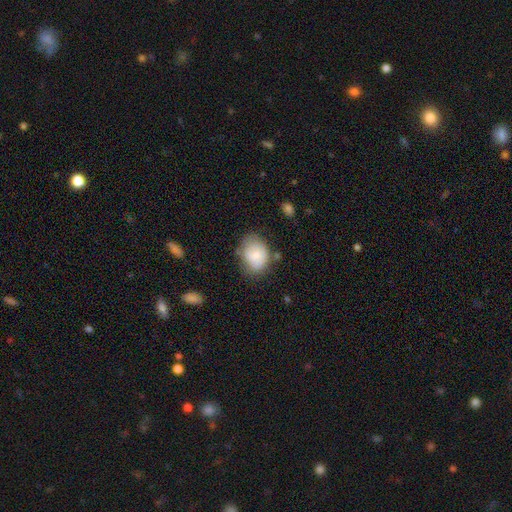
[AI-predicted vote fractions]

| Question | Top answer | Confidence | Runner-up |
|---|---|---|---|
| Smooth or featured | smooth | 77% | featured or disk (15%) |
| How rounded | in between | 68% | round (31%) |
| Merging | none | 59% | minor disturbance (27%) |